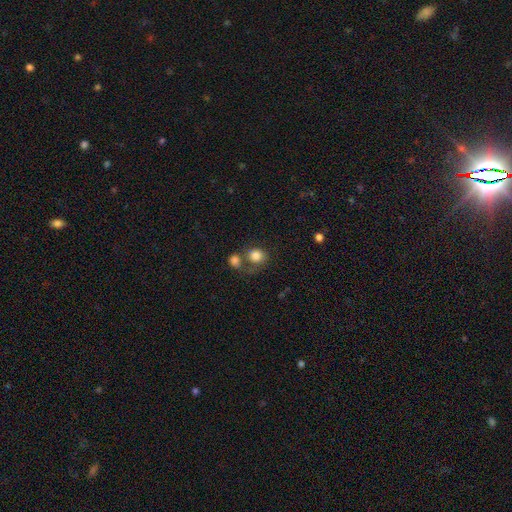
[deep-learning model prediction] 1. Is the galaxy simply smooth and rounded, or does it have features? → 81% smooth, 10% featured or disk, 9% star or artifact.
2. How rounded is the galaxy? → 76% round, 23% in between, 1% cigar-shaped.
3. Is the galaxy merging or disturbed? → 41% merger, 37% none, 12% minor disturbance, 10% major disturbance.